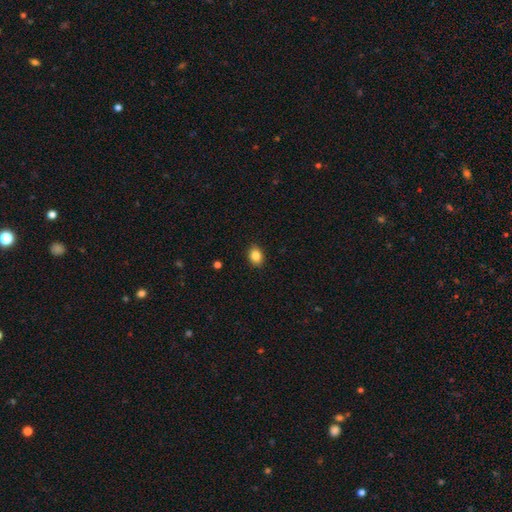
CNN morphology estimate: Q: Smooth or featured?
A: smooth (86%); runner-up: star or artifact (9%)
Q: How rounded?
A: in between (64%); runner-up: round (35%)
Q: Merging?
A: none (90%); runner-up: minor disturbance (7%)